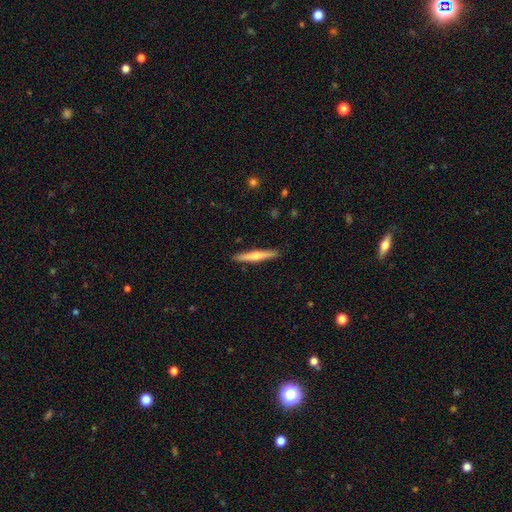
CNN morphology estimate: A smooth galaxy with no disk features (53%) that is cigar-shaped (94%).

Vote fractions:
- Smooth or featured? smooth: 53% / featured or disk: 41% / star or artifact: 5%
- How rounded? cigar-shaped: 94% / in between: 5% / round: 1%
- Merging? none: 91% / minor disturbance: 7% / major disturbance: 1% / merger: 1%